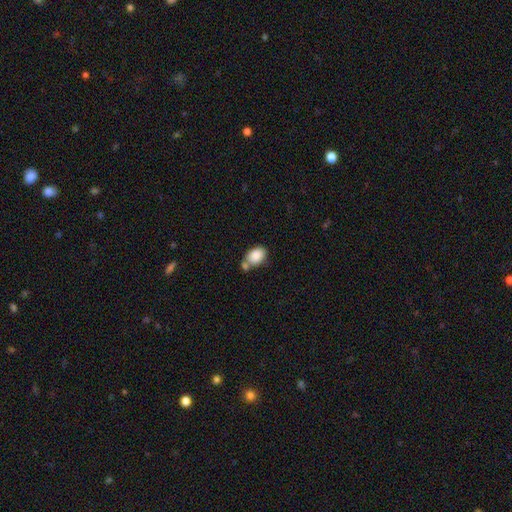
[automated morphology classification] Smooth or featured: smooth — 86% (star or artifact — 7%)
How rounded: in between — 81% (round — 18%)
Merging: none — 50% (merger — 30%)